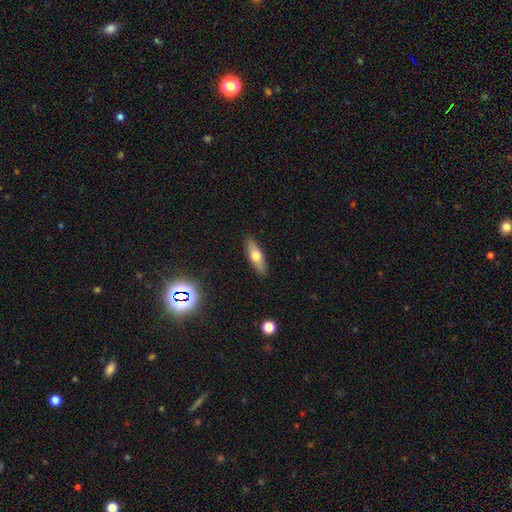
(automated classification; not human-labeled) Smooth or featured? smooth (59%)
How rounded? cigar-shaped (49%)
Merging? none (89%)